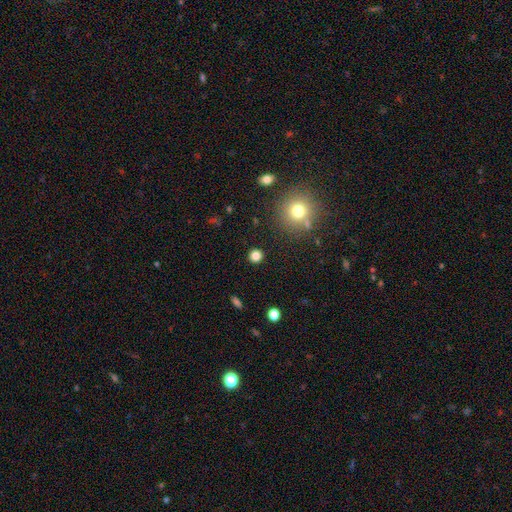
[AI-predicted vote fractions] A smooth galaxy with no disk features (82%) that is round (91%). Merging: none (90%).